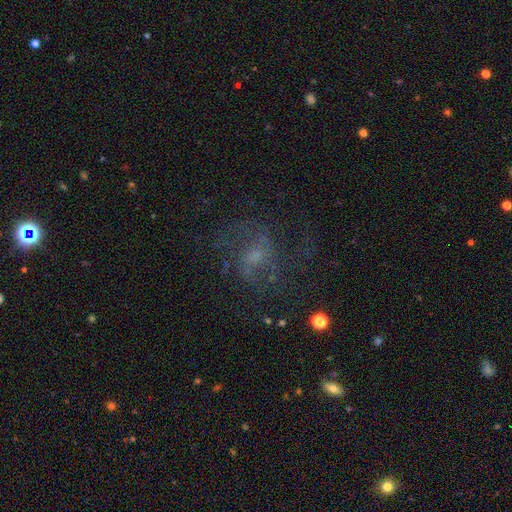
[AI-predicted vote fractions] This is likely a featured or disk galaxy (62%). It is clearly not viewed edge-on (97%). Bar: possibly no (60%). Spiral arm pattern: likely yes (77%). Central bulge: possibly small (48%). Merging: possibly none (58%).